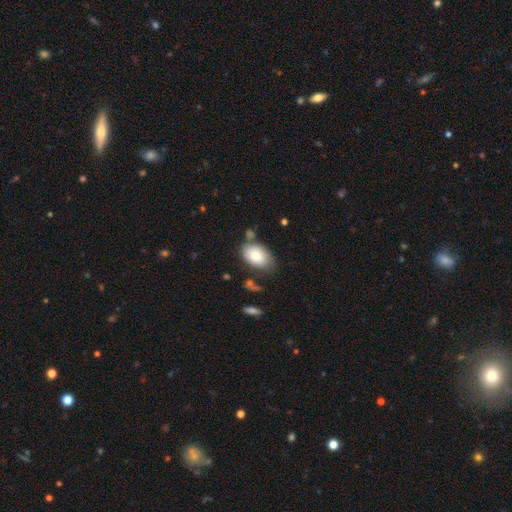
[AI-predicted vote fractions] Smooth or featured? smooth (80%)
How rounded? in between (88%)
Merging? none (68%)